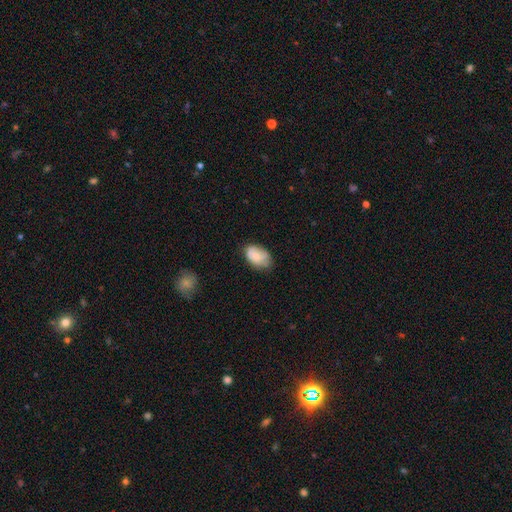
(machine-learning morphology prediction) A smooth galaxy with no disk features (74%) that is in between round and cigar-shaped (88%).

Vote fractions:
- Smooth or featured? smooth: 74% / featured or disk: 20% / star or artifact: 7%
- How rounded? in between: 88% / round: 11% / cigar-shaped: 1%
- Merging? none: 63% / minor disturbance: 30% / major disturbance: 6% / merger: 2%